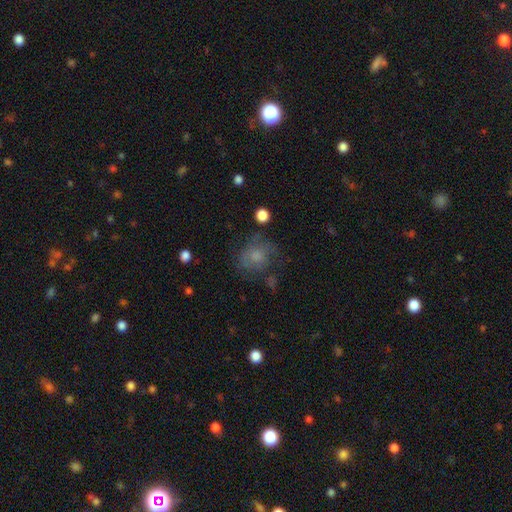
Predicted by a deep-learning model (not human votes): smooth-or-featured: smooth: 63% | featured or disk: 24% | star or artifact: 13%
  how-rounded: round: 67% | in between: 32% | cigar-shaped: 1%
  merging: none: 51% | minor disturbance: 25% | major disturbance: 21% | merger: 4%